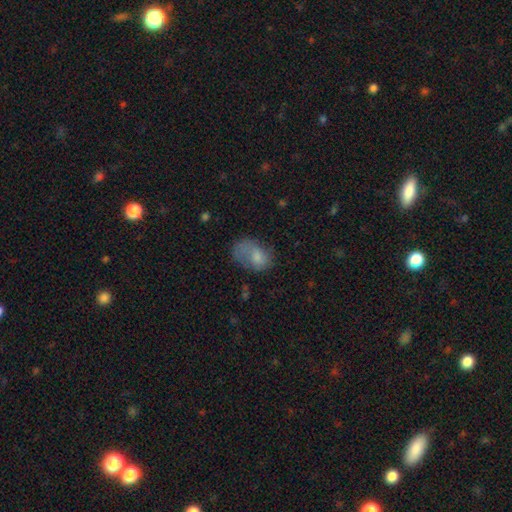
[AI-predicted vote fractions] The model was most divided on "merging" (2-way tie): none: 34%, major disturbance: 34%, minor disturbance: 29%, merger: 4%. More confident: how rounded — in between (81%); smooth or featured — smooth (66%).